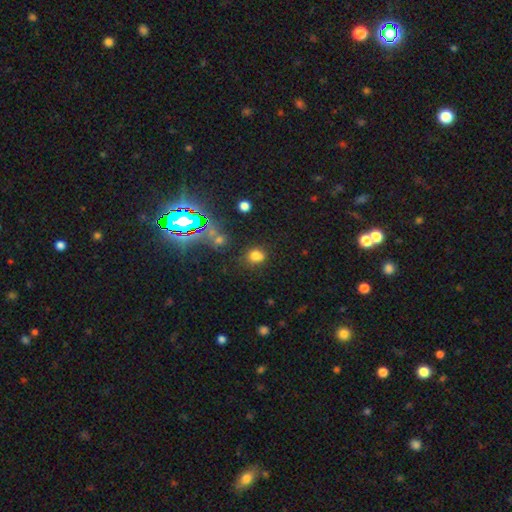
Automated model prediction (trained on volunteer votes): Q: Smooth or featured?
A: smooth (73%); runner-up: star or artifact (20%)
Q: How rounded?
A: in between (50%); runner-up: round (49%)
Q: Merging?
A: none (67%); runner-up: minor disturbance (18%)